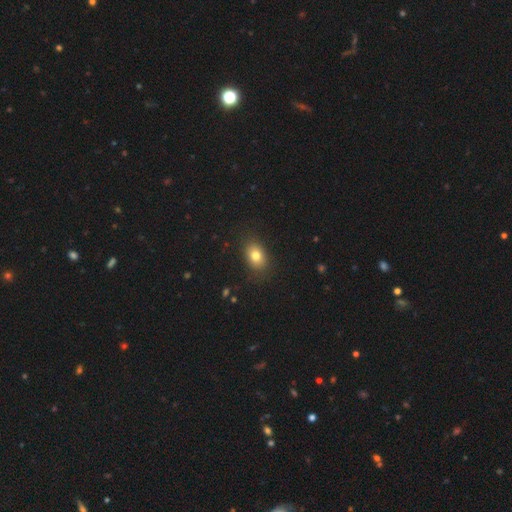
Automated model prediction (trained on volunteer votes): Smooth or featured? Predicted: smooth (p=0.79). How rounded? Predicted: in between (p=0.73). Merging? Predicted: none (p=0.85).